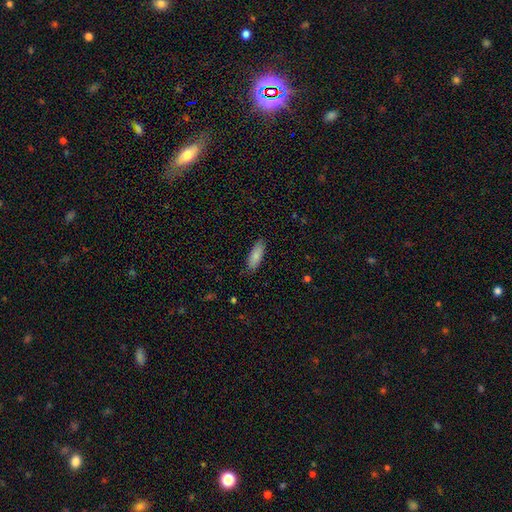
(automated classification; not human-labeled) Smooth or featured? smooth (86%)
How rounded? in between (62%)
Merging? none (85%)